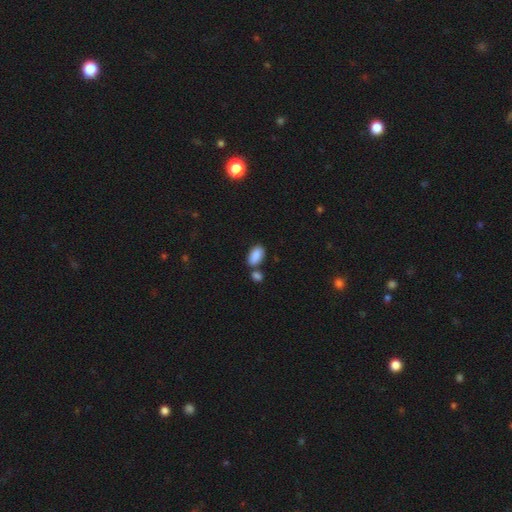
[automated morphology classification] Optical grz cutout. It shows a smooth galaxy with no disk features (88%) that is in between round and cigar-shaped (94%). Merging: none (59%).